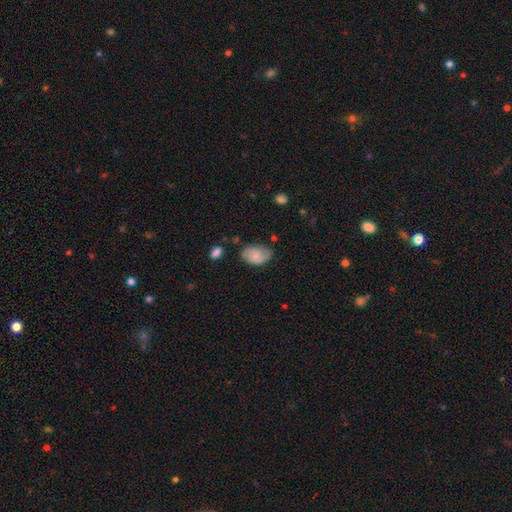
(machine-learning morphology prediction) smooth 63%, featured or disk 29%, star or artifact 8%. Down the decision tree: how rounded — in between (90%); merging — none (67%).